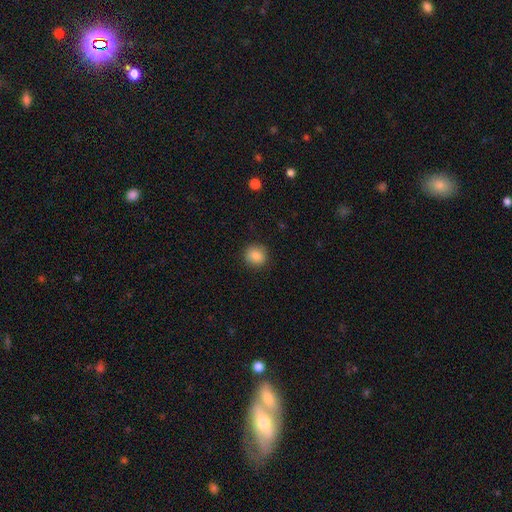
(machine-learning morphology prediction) Smooth or featured: smooth — 85% (star or artifact — 9%)
How rounded: round — 89% (in between — 10%)
Merging: none — 89% (minor disturbance — 8%)